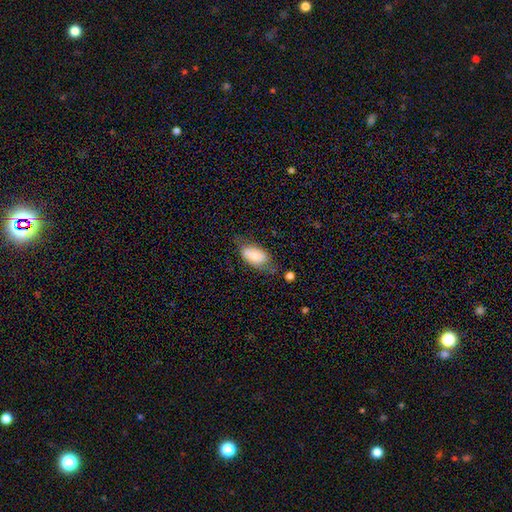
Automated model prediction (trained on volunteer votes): Smooth or featured? smooth (71%)
How rounded? in between (93%)
Merging? none (48%)